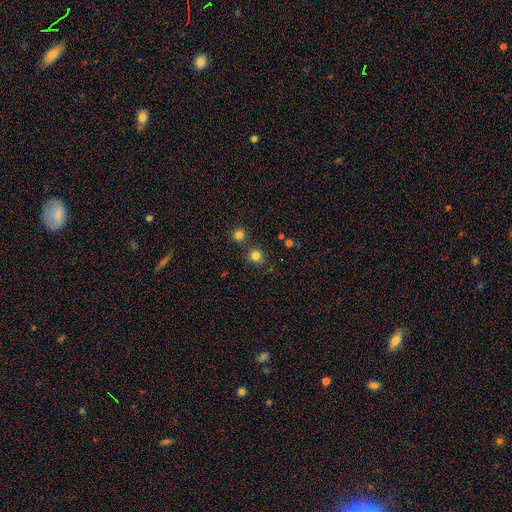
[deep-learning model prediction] Smooth or featured? Predicted: smooth (p=0.80). How rounded? Predicted: round (p=0.91). Merging? Predicted: none (p=0.77).